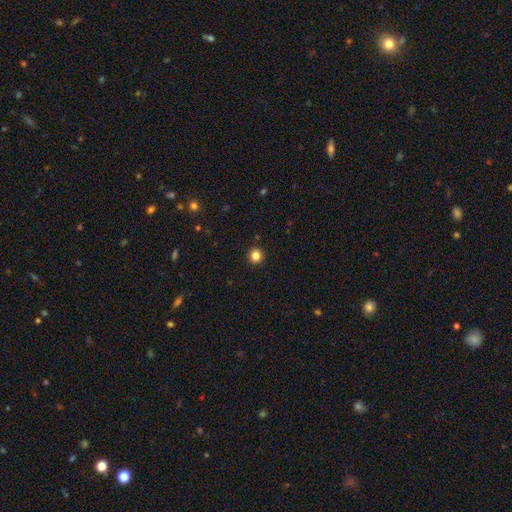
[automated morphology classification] smooth_or_featured: smooth (p=0.84) [alt: star or artifact p=0.12]
how_rounded: round (p=0.94) [alt: in between p=0.05]
merging: none (p=0.93) [alt: minor disturbance p=0.04]